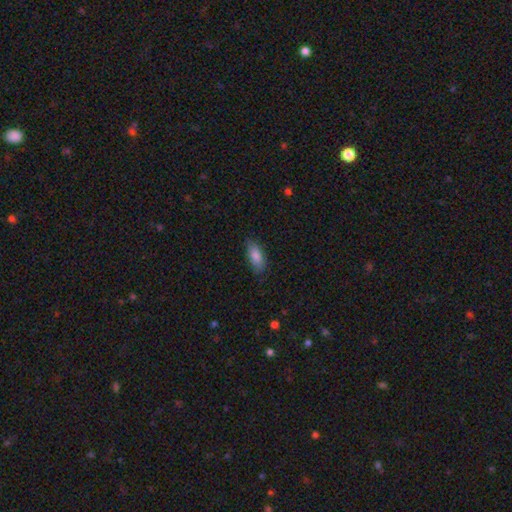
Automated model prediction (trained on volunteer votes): Smooth or featured?
  - smooth: 84% *
  - featured or disk: 10%
  - star or artifact: 7%
How rounded?
  - in between: 78% *
  - cigar-shaped: 19%
  - round: 2%
Merging?
  - none: 83% *
  - minor disturbance: 14%
  - major disturbance: 3%
  - merger: 1%